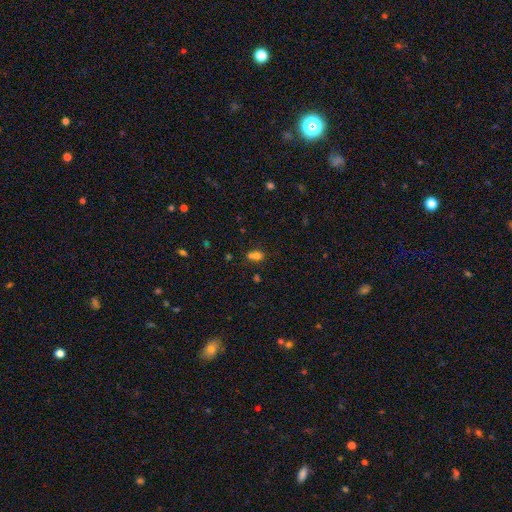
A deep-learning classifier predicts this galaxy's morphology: smooth-or-featured: smooth: 69% | star or artifact: 19% | featured or disk: 12%
  how-rounded: in between: 55% | round: 41% | cigar-shaped: 4%
  merging: merger: 41% | none: 40% | minor disturbance: 13% | major disturbance: 6%